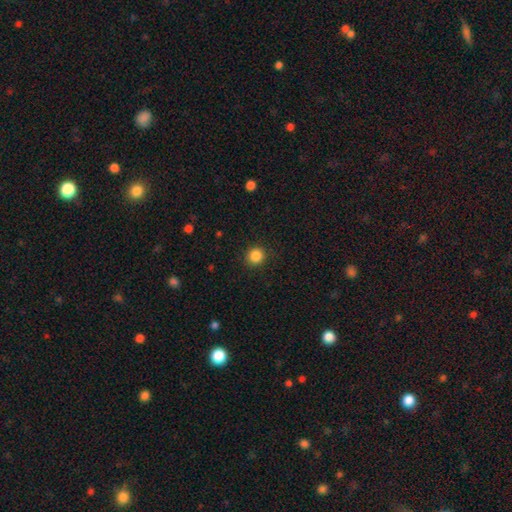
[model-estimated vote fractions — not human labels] Overall: smooth (86%). How rounded: round (92%). Merging: none (90%).